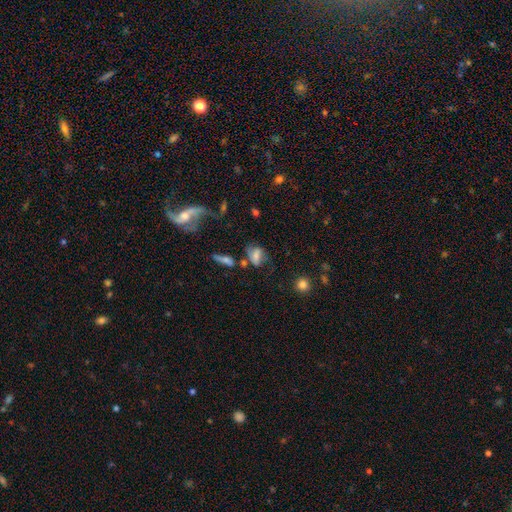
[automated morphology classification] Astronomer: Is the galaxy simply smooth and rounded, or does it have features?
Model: smooth — 50% (runner-up: featured or disk, 38%).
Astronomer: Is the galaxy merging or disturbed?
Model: none — 46% (runner-up: minor disturbance, 24%).